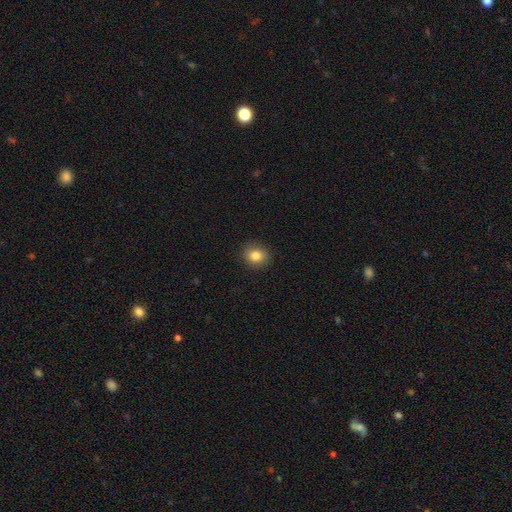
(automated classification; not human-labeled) The model was most divided on "how rounded": round: 78%, in between: 21%, cigar-shaped: 1%. More confident: merging — none (90%); smooth or featured — smooth (83%).